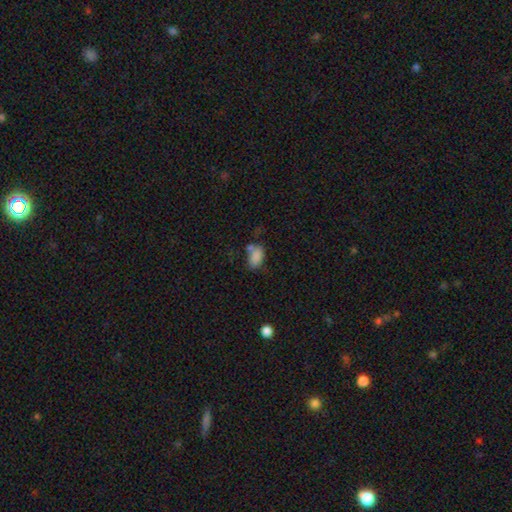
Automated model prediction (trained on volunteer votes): Smooth or featured? smooth (83%)
How rounded? in between (91%)
Merging? none (49%)